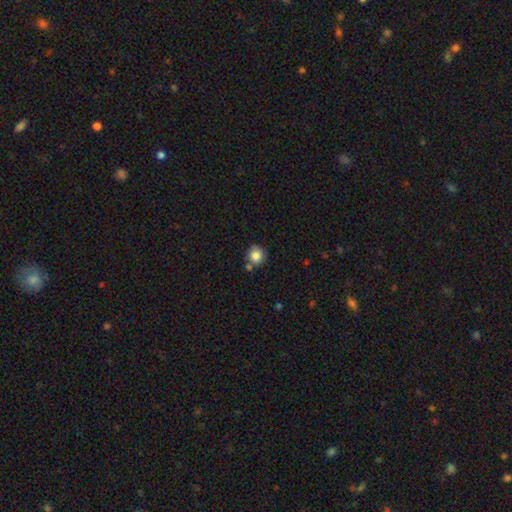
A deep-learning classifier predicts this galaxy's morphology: A smooth galaxy with no disk features (85%) that is round (92%). Merging: none (69%).